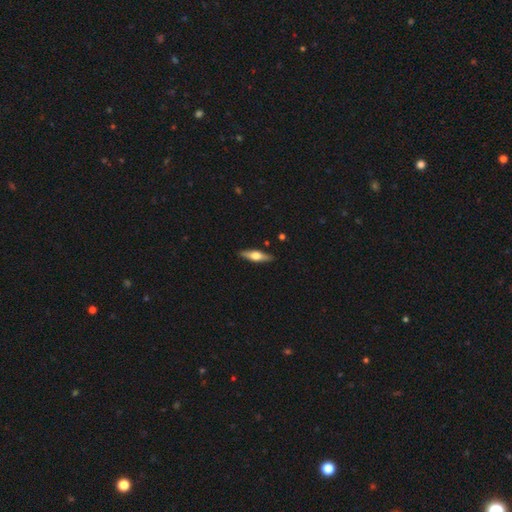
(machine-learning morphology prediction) This appears to be a featured or disk galaxy (52%) viewed edge-on (93%). Merging: none (89%).